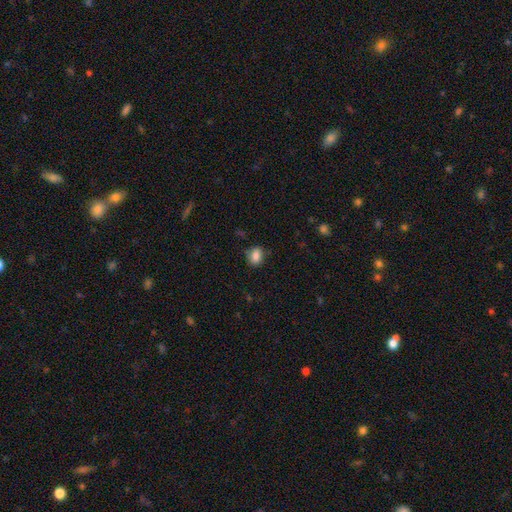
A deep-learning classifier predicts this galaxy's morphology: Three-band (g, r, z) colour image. It shows a smooth galaxy with no disk features (84%) that is in between round and cigar-shaped (63%). Merging: none (74%).